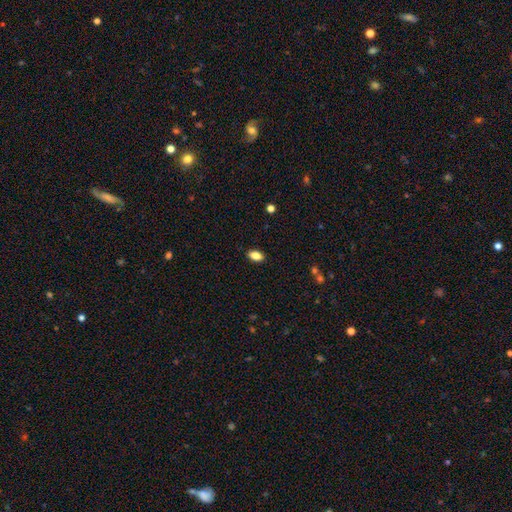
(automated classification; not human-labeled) A smooth galaxy with no disk features (84%) that is in between round and cigar-shaped (88%).

Vote fractions:
- Smooth or featured? smooth: 84% / star or artifact: 9% / featured or disk: 7%
- How rounded? in between: 88% / round: 9% / cigar-shaped: 2%
- Merging? none: 89% / minor disturbance: 8% / major disturbance: 2% / merger: 1%